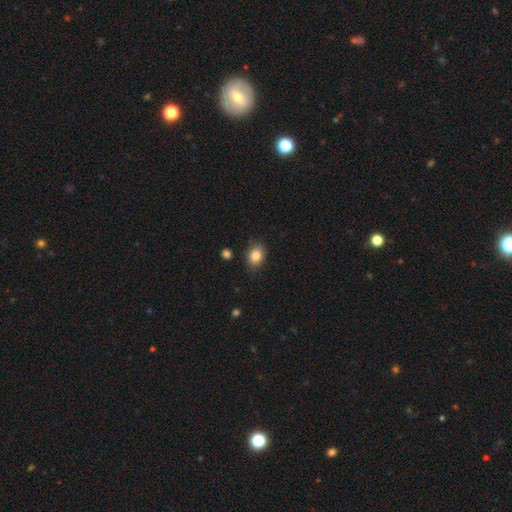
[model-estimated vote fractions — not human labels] Morphology: type=smooth (84%); roundness=in between (65%); merging=none (85%).